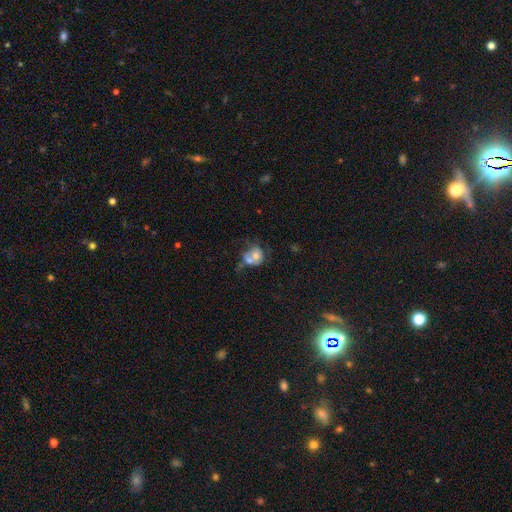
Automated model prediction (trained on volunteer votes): Q: Smooth or featured?
A: smooth (59%); runner-up: featured or disk (31%)
Q: How rounded?
A: round (66%); runner-up: in between (33%)
Q: Merging?
A: merger (58%); runner-up: none (21%)